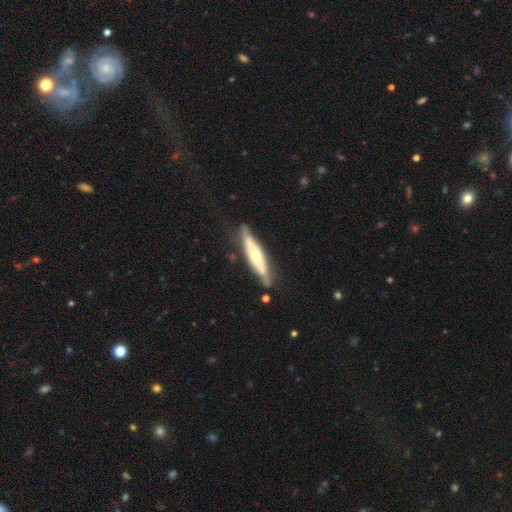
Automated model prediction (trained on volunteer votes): smooth_or_featured: featured or disk (p=0.60) [alt: smooth p=0.35]
disk_edge_on: yes (p=0.73) [alt: no p=0.27]
merging: none (p=0.69) [alt: minor disturbance p=0.22]